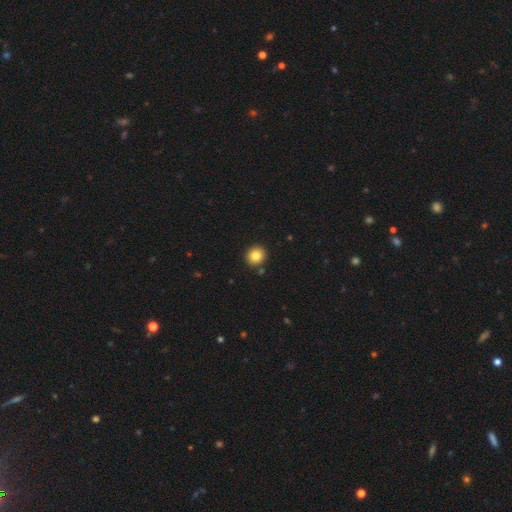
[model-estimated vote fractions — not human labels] Smooth or featured: smooth — 83% (star or artifact — 11%)
How rounded: round — 89% (in between — 10%)
Merging: none — 89% (minor disturbance — 6%)